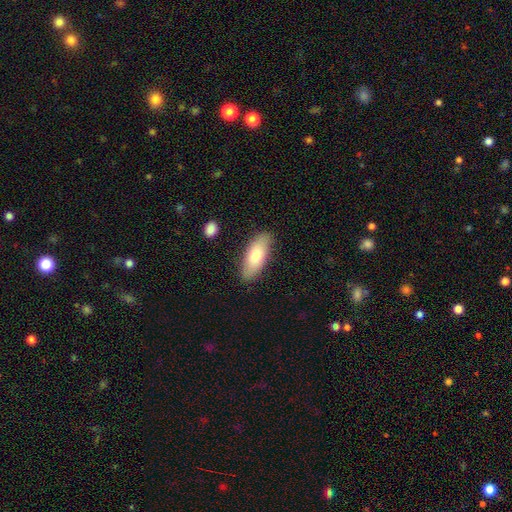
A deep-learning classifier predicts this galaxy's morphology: Overall: smooth (76%). How rounded: in between (76%). Merging: none (85%).